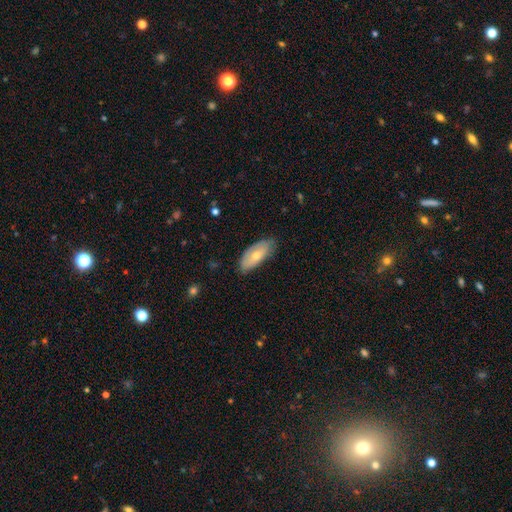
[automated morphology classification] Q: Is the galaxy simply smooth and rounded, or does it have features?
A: smooth — 64%.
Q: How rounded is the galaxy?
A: in between — 87%.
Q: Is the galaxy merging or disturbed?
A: none — 72%.